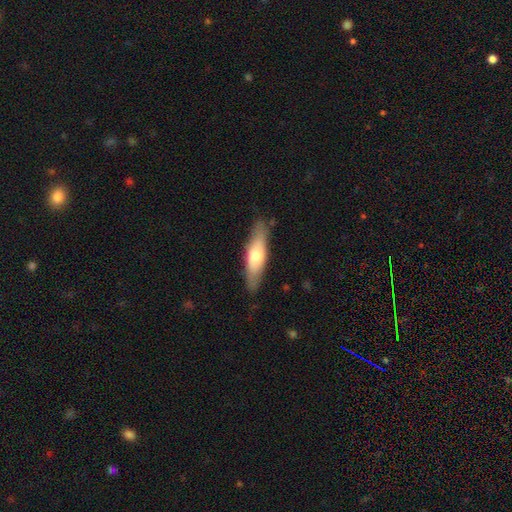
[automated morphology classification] A smooth galaxy with no disk features (59%) that is cigar-shaped (64%).

Vote fractions:
- Smooth or featured? smooth: 59% / featured or disk: 36% / star or artifact: 5%
- How rounded? cigar-shaped: 64% / in between: 34% / round: 2%
- Merging? none: 83% / minor disturbance: 13% / major disturbance: 3% / merger: 1%